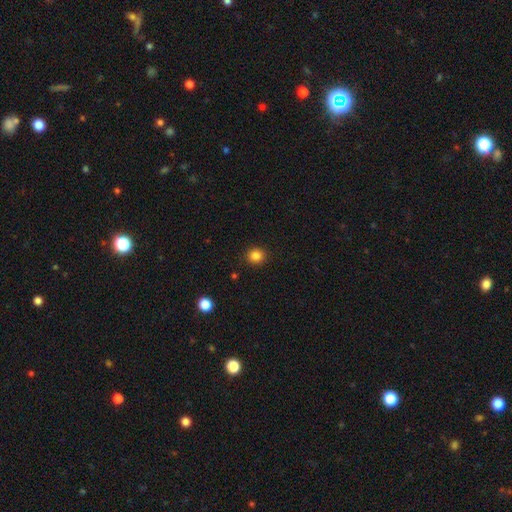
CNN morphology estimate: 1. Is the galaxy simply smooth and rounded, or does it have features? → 84% smooth, 11% star or artifact, 4% featured or disk.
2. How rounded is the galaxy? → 87% round, 12% in between, 1% cigar-shaped.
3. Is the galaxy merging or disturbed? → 91% none, 6% minor disturbance, 2% major disturbance, 1% merger.